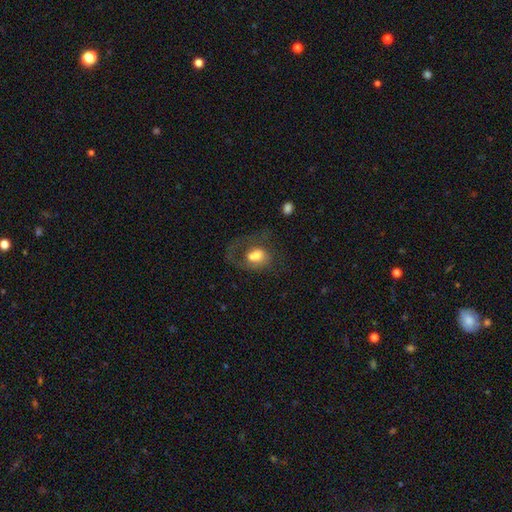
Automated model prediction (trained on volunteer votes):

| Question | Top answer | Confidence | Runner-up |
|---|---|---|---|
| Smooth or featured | smooth | 50% | featured or disk (41%) |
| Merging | merger | 35% | major disturbance (32%) |